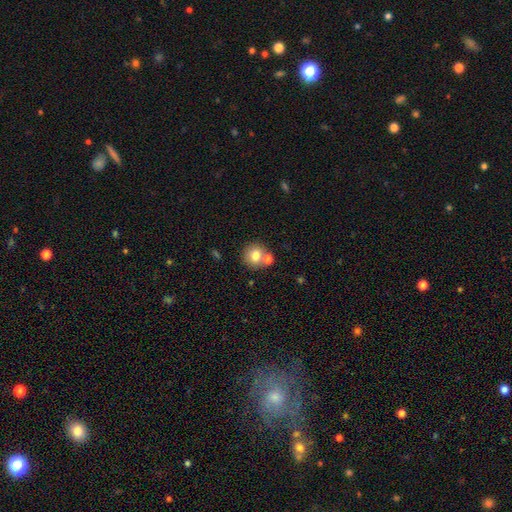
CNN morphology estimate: A smooth galaxy with no disk features (76%) that is round (90%). Merging: none (65%).